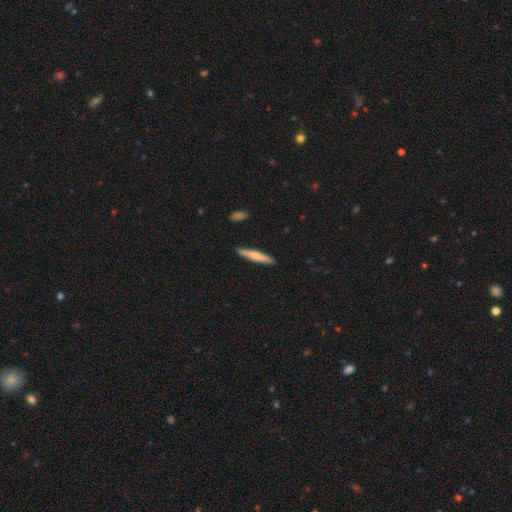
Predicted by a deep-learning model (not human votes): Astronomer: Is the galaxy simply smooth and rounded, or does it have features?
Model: smooth — 59% (runner-up: featured or disk, 36%).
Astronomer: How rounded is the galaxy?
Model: cigar-shaped — 93%.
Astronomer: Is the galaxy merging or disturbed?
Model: none — 89%.